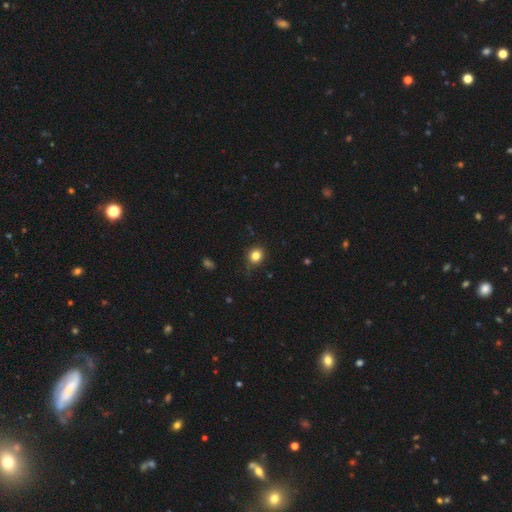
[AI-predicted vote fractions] Q: Smooth or featured?
A: smooth (82%); runner-up: star or artifact (12%)
Q: How rounded?
A: round (80%); runner-up: in between (19%)
Q: Merging?
A: none (78%); runner-up: minor disturbance (17%)